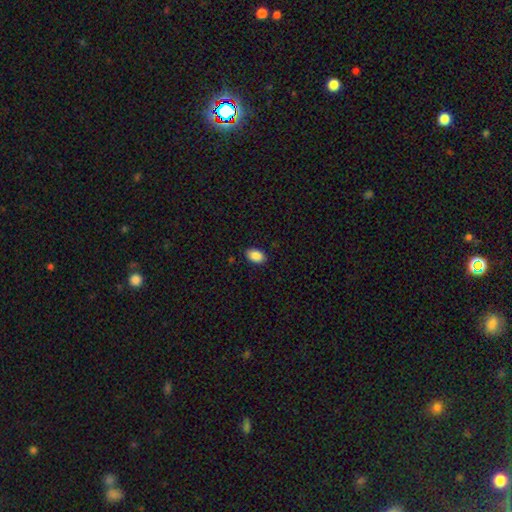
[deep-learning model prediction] Morphology: type=smooth (89%); roundness=in between (90%); merging=none (88%).